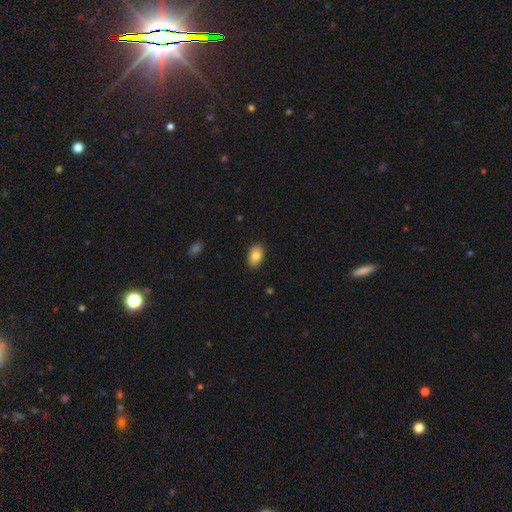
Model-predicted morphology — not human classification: This is clearly a smooth galaxy (81%). How rounded: clearly in between (86%). Merging: clearly none (88%).